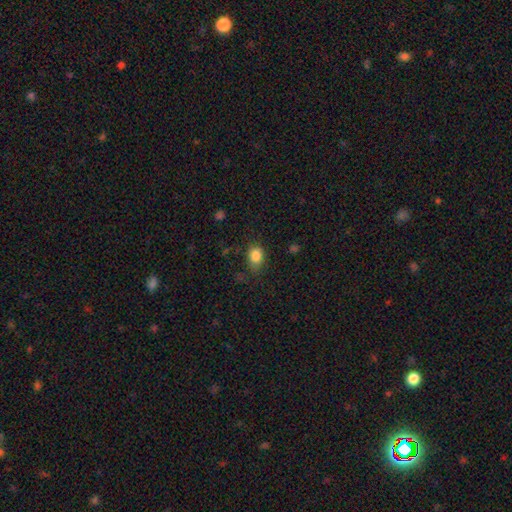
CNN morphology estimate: This appears to be a smooth galaxy with no disk features (84%) that is in between round and cigar-shaped (58%). Merging: none (68%).